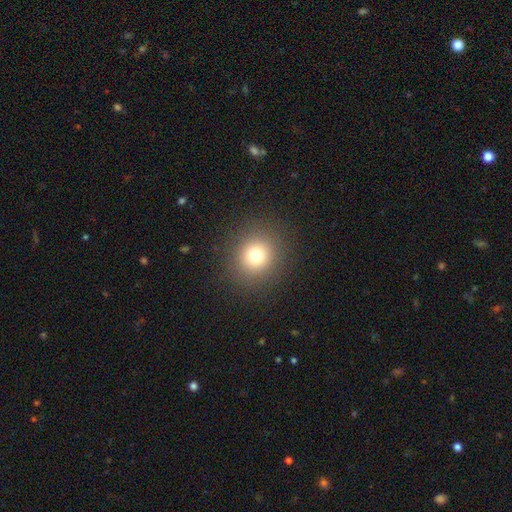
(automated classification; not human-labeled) This appears to be a smooth galaxy with no disk features (75%) that is round (90%). Merging: none (90%).